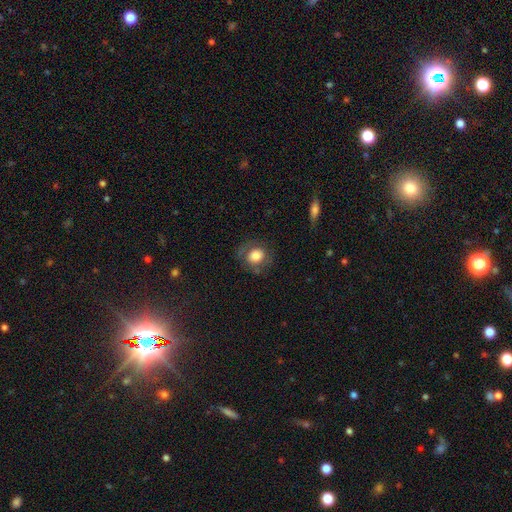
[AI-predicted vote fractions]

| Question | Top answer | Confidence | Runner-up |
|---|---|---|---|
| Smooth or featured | smooth | 74% | featured or disk (17%) |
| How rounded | round | 73% | in between (26%) |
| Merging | none | 71% | minor disturbance (18%) |